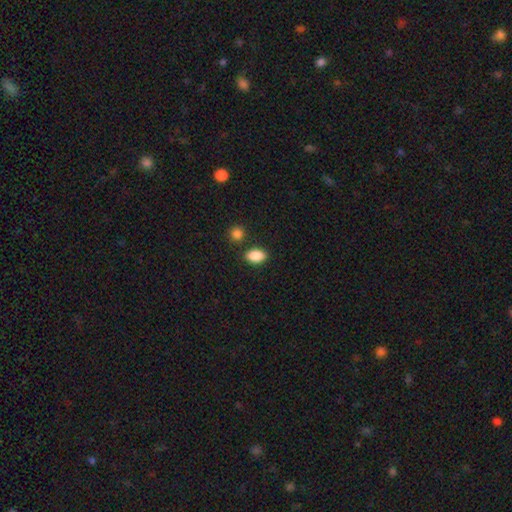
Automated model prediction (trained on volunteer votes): The model was most divided on "merging": none: 80%, minor disturbance: 11%, merger: 6%, major disturbance: 3%. More confident: smooth or featured — smooth (88%); how rounded — in between (88%).